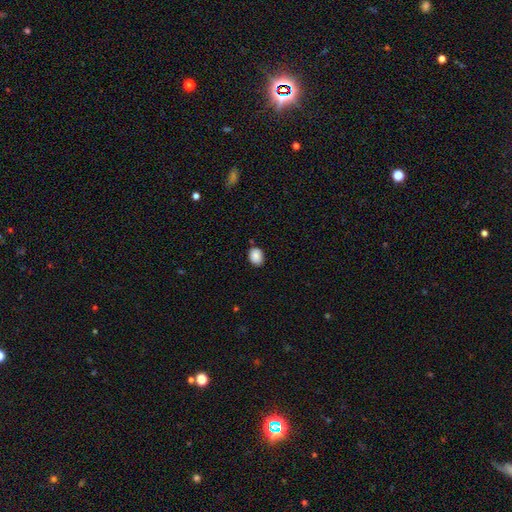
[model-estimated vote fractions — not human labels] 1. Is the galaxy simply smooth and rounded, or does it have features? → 88% smooth, 8% star or artifact, 4% featured or disk.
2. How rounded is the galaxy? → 66% in between, 33% round, 1% cigar-shaped.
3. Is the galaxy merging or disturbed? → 82% none, 13% minor disturbance, 2% major disturbance, 2% merger.